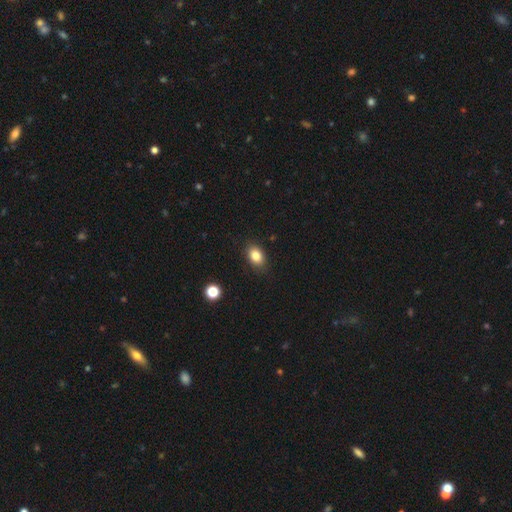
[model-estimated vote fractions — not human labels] Smooth or featured?
  - smooth: 83% *
  - star or artifact: 10%
  - featured or disk: 7%
How rounded?
  - in between: 79% *
  - round: 20%
  - cigar-shaped: 1%
Merging?
  - none: 86% *
  - minor disturbance: 11%
  - major disturbance: 2%
  - merger: 1%